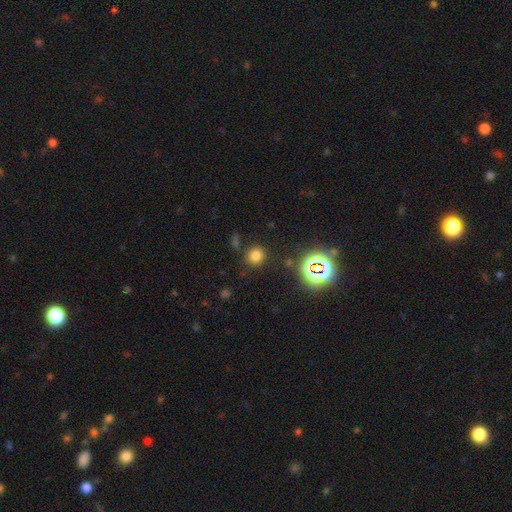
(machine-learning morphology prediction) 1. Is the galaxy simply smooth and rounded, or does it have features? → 73% smooth, 21% star or artifact, 6% featured or disk.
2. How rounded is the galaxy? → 89% round, 10% in between, 1% cigar-shaped.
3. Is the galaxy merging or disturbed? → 85% none, 8% minor disturbance, 4% merger, 3% major disturbance.